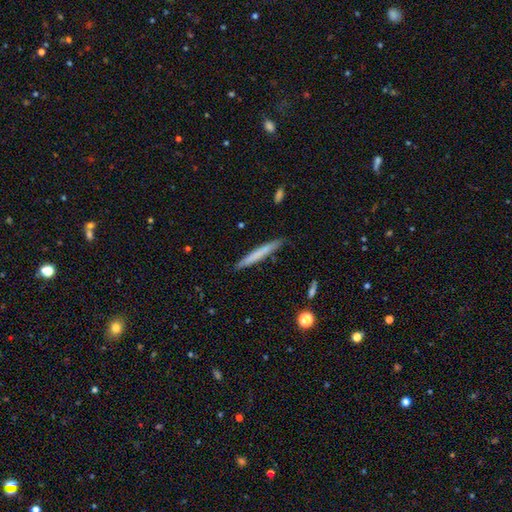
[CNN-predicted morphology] Smooth or featured?
  - smooth: 65% *
  - featured or disk: 28%
  - star or artifact: 6%
How rounded?
  - cigar-shaped: 96% *
  - in between: 3%
  - round: 1%
Merging?
  - none: 87% *
  - minor disturbance: 9%
  - major disturbance: 2%
  - merger: 2%